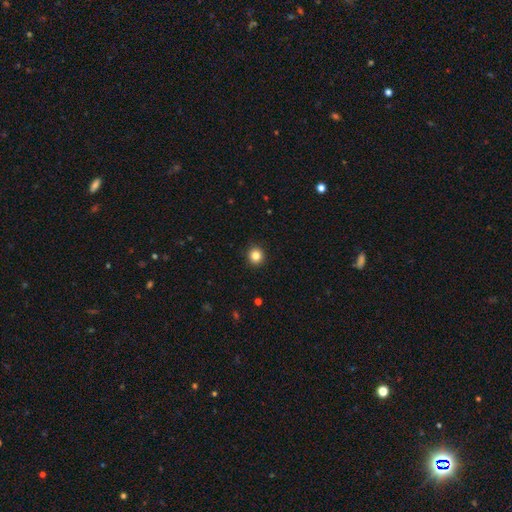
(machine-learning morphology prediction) Overall: smooth (83%). How rounded: round (92%). Merging: none (93%).